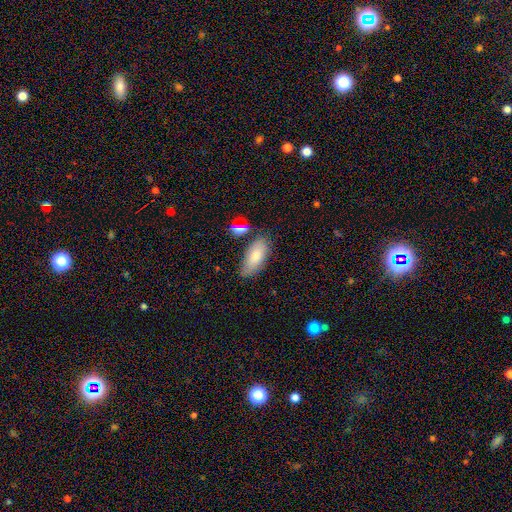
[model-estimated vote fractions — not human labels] Smooth or featured?
  - smooth: 79% *
  - featured or disk: 13%
  - star or artifact: 7%
How rounded?
  - in between: 87% *
  - cigar-shaped: 10%
  - round: 3%
Merging?
  - none: 73% *
  - minor disturbance: 17%
  - merger: 6%
  - major disturbance: 4%